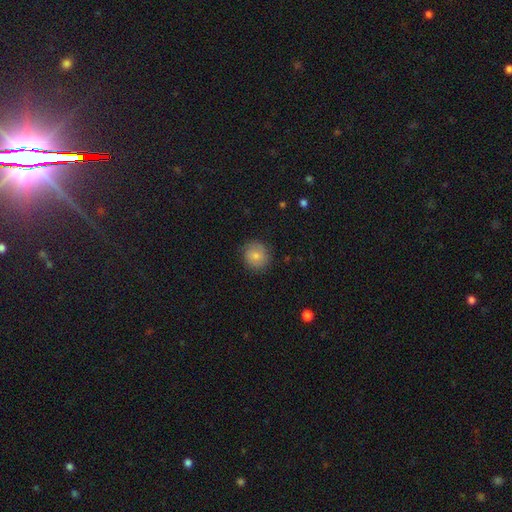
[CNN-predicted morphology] Smooth or featured? Predicted: smooth (p=0.72). How rounded? Predicted: round (p=0.88). Merging? Predicted: none (p=0.83).